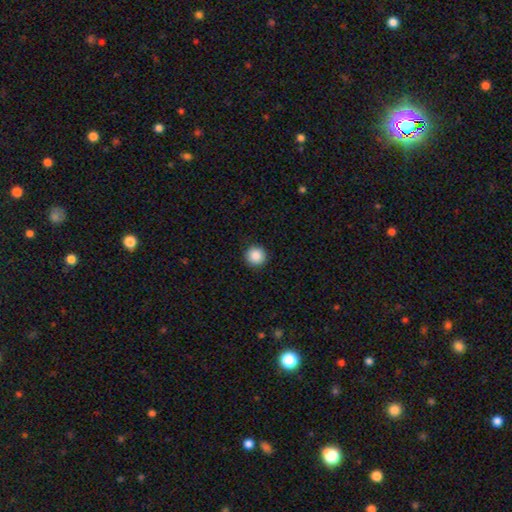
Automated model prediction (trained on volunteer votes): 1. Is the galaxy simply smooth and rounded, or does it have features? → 88% smooth, 9% star or artifact, 3% featured or disk.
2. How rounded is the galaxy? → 96% round, 3% in between, 1% cigar-shaped.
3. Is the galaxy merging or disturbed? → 92% none, 5% minor disturbance, 2% major disturbance, 1% merger.